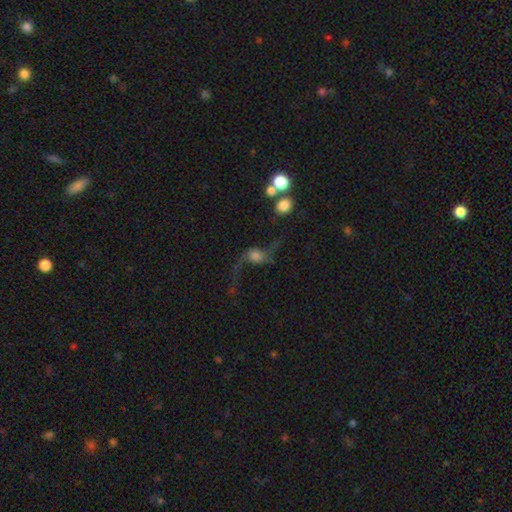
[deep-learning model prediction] This is likely a featured or disk galaxy (66%). It is clearly not viewed edge-on (92%). Bar: likely no (66%). Spiral arm pattern: clearly yes (88%). Spiral arm count: clearly 2 (89%). Spiral winding: clearly loose (94%). Central bulge: marginally moderate (27%). Merging: marginally none (44%).